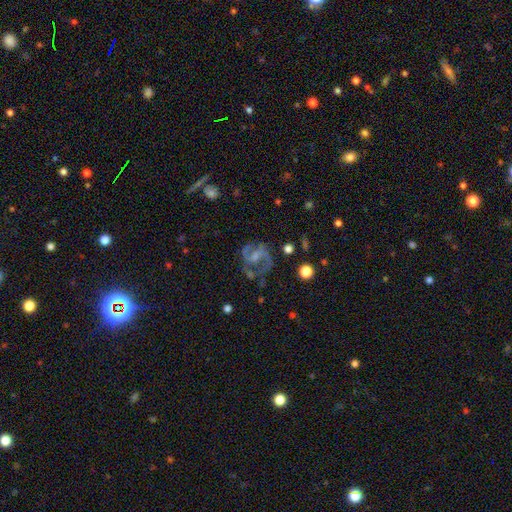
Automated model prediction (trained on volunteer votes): smooth_or_featured: featured or disk (p=0.84) [alt: smooth p=0.09]
disk_edge_on: no (p=0.98) [alt: yes p=0.02]
bar: weak (p=0.51) [alt: no p=0.32]
has_spiral_arms: yes (p=0.94) [alt: no p=0.06]
spiral_winding: medium (p=0.56) [alt: loose p=0.30]
spiral_arm_count: 2 (p=0.87) [alt: can't tell p=0.04]
bulge_size: small (p=0.41) [alt: none p=0.27]
merging: none (p=0.59) [alt: minor disturbance p=0.19]